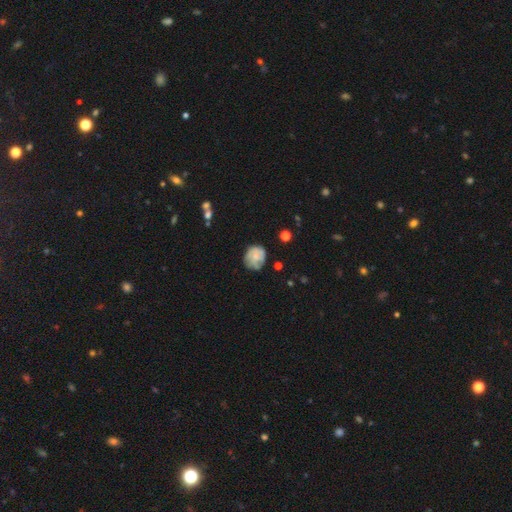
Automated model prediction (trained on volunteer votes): The model was most divided on "smooth or featured" (2-way tie): featured or disk: 46%, smooth: 46%, star or artifact: 8%. More confident: merging — none (64%).